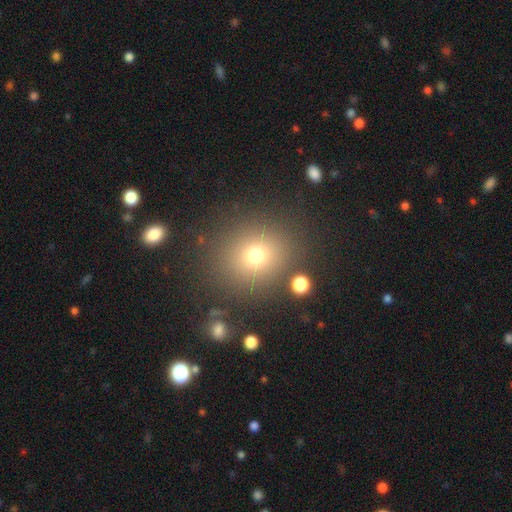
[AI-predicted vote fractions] A smooth galaxy with no disk features (71%) that is round (81%).

Vote fractions:
- Smooth or featured? smooth: 71% / star or artifact: 18% / featured or disk: 11%
- How rounded? round: 81% / in between: 18% / cigar-shaped: 1%
- Merging? none: 84% / minor disturbance: 8% / major disturbance: 4% / merger: 3%